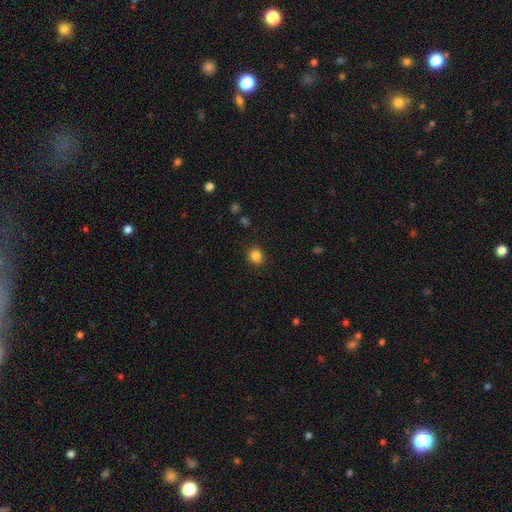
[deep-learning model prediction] smooth_or_featured: smooth (p=0.85) [alt: star or artifact p=0.11]
how_rounded: round (p=0.71) [alt: in between p=0.28]
merging: none (p=0.88) [alt: minor disturbance p=0.08]